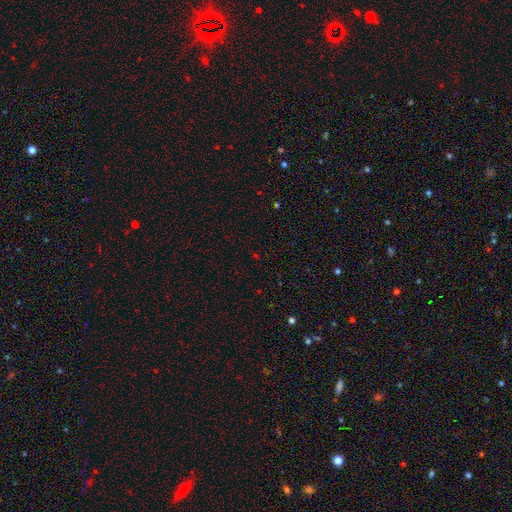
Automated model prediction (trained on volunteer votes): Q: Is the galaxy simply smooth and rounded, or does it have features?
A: star or artifact — 67%.